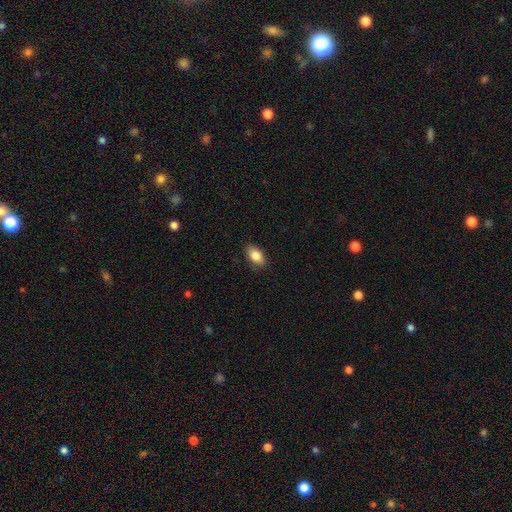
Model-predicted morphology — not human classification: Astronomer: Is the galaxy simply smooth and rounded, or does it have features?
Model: smooth — 85%.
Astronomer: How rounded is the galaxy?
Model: in between — 91%.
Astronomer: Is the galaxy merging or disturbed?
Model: none — 88%.